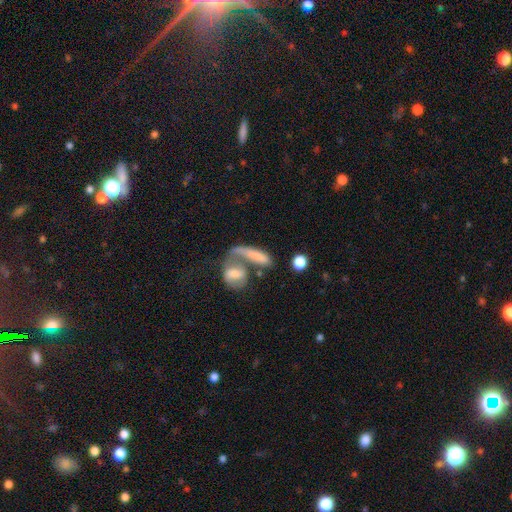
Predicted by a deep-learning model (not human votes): Morphology: type=smooth (67%); roundness=cigar-shaped (47%); merging=merger (49%).